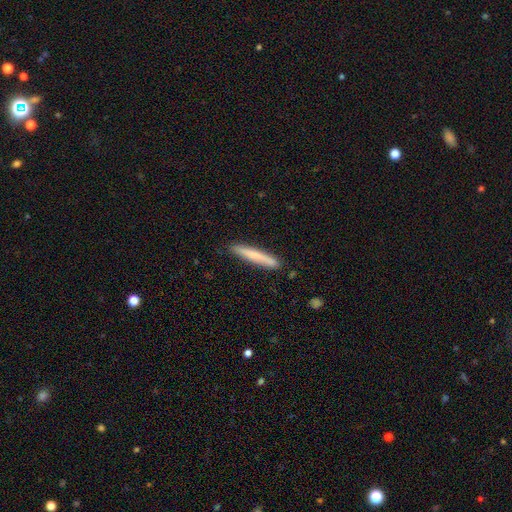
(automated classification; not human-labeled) Morphology: type=smooth (70%); roundness=cigar-shaped (96%); merging=none (87%).